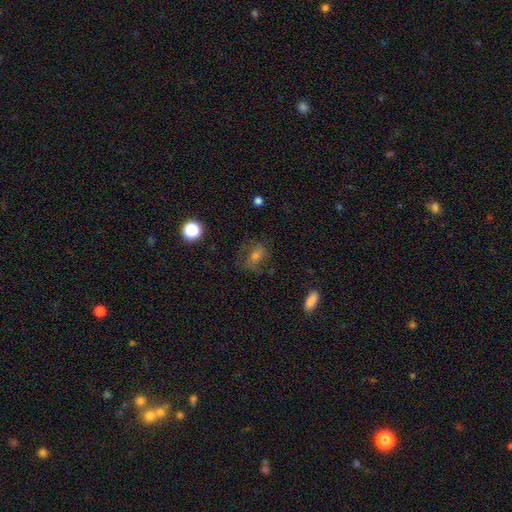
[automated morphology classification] This is marginally a smooth galaxy (45%). Merging: likely none (64%).